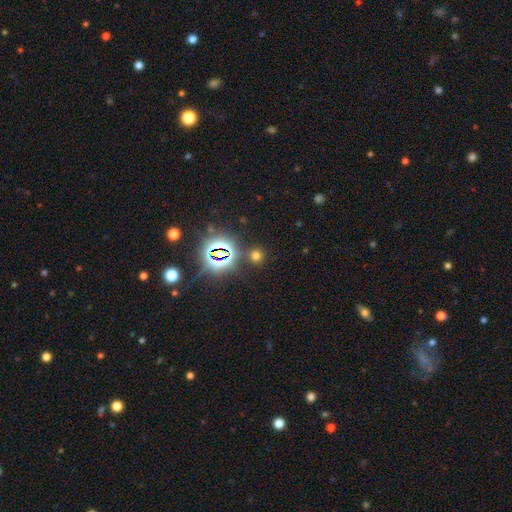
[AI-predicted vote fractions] Morphology: type=smooth (55%); roundness=round (89%); merging=none (83%).